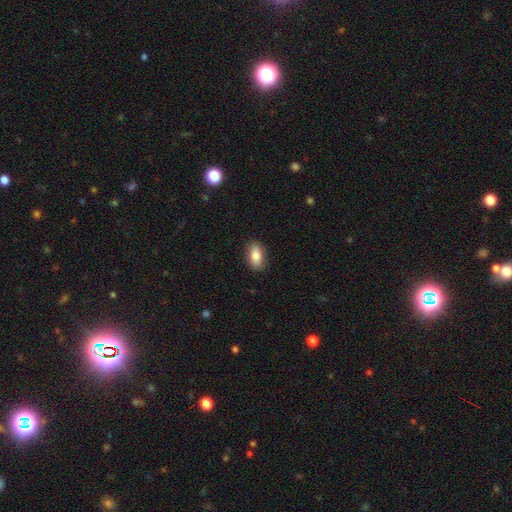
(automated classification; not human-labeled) This appears to be a smooth galaxy with no disk features (82%) that is in between round and cigar-shaped (89%). Merging: none (87%).